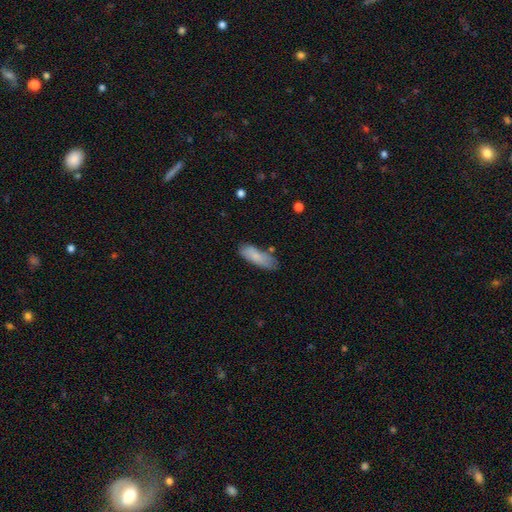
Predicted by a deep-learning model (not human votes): Smooth or featured? smooth (81%)
How rounded? in between (62%)
Merging? none (69%)